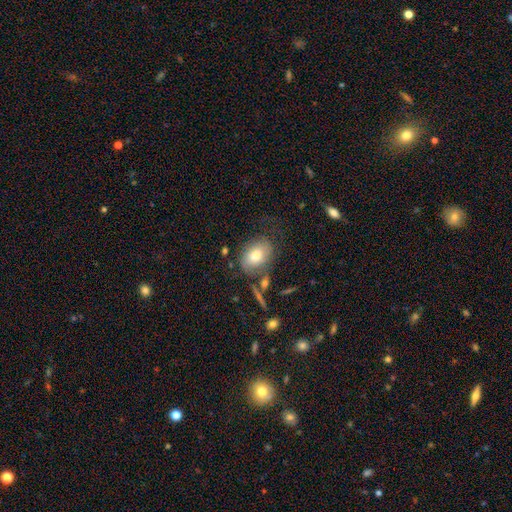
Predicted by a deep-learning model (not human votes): smooth 68%, featured or disk 24%, star or artifact 9%. Down the decision tree: how rounded — in between (75%); merging — none (56%).